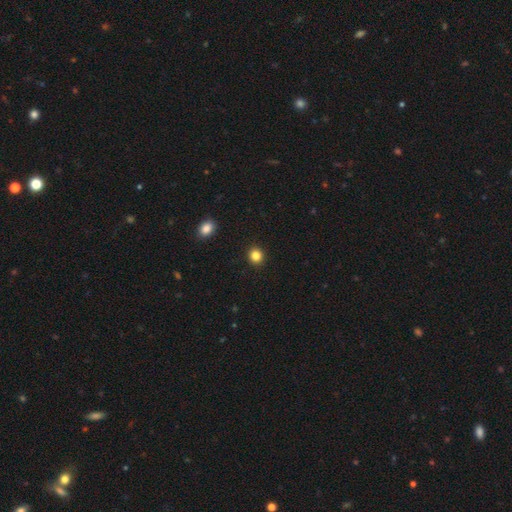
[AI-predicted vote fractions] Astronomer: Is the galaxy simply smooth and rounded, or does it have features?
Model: smooth — 83%.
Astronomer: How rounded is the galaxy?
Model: round — 86%.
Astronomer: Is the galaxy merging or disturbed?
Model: none — 93%.